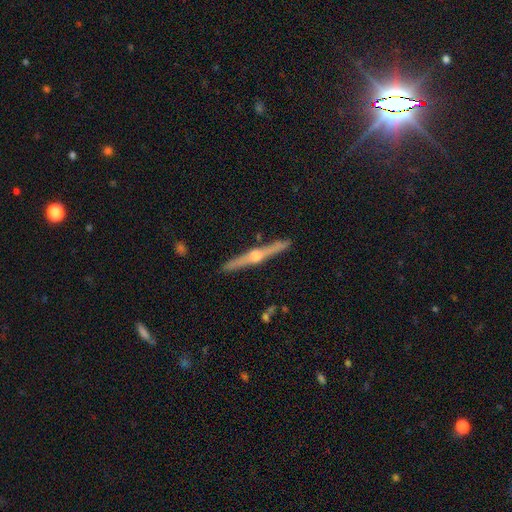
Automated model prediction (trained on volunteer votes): Q: Smooth or featured?
A: featured or disk (79%); runner-up: smooth (13%)
Q: Edge-on disk?
A: yes (98%); runner-up: no (2%)
Q: Edge-on bulge?
A: rounded (91%); runner-up: none (5%)
Q: Merging?
A: none (89%); runner-up: minor disturbance (7%)